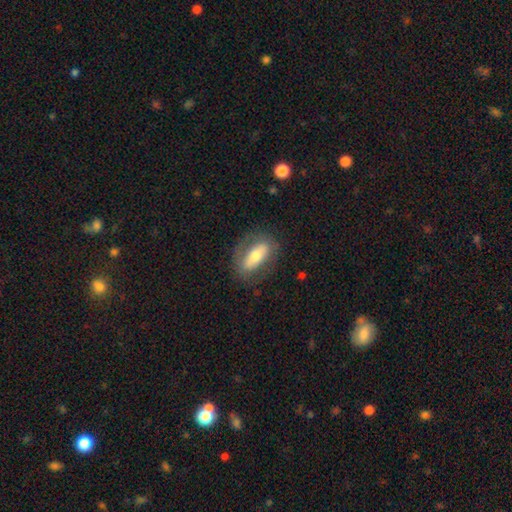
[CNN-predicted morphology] smooth 52%, featured or disk 41%, star or artifact 6%. Down the decision tree: how rounded — in between (77%); merging — none (77%).